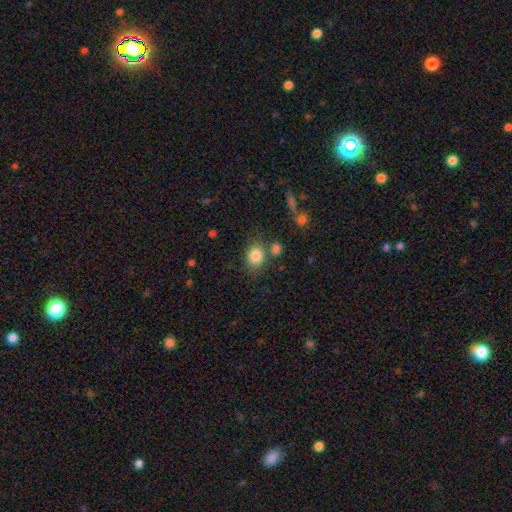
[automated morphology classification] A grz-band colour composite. It shows a smooth galaxy with no disk features (83%) that is round (50%). Merging: none (68%).